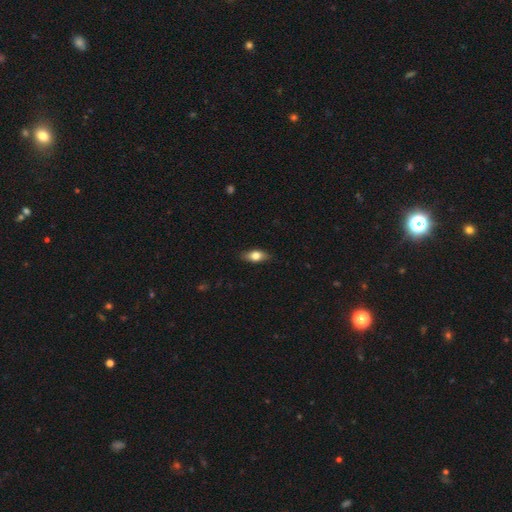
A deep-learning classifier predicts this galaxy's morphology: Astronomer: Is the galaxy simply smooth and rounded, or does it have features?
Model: smooth — 70%.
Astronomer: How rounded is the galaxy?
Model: in between — 79%.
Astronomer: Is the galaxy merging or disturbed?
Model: none — 85%.